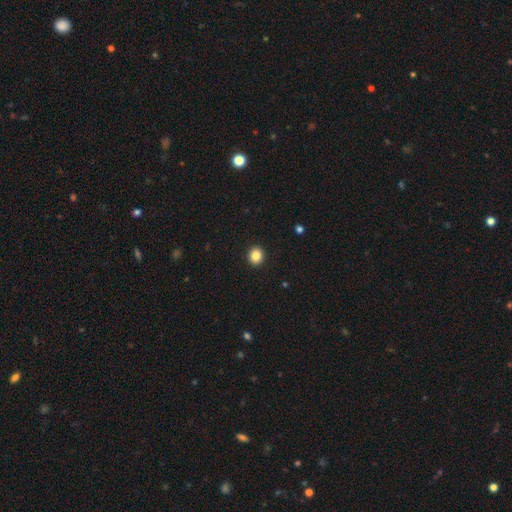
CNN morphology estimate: Overall: smooth (85%). How rounded: round (81%). Merging: none (93%).